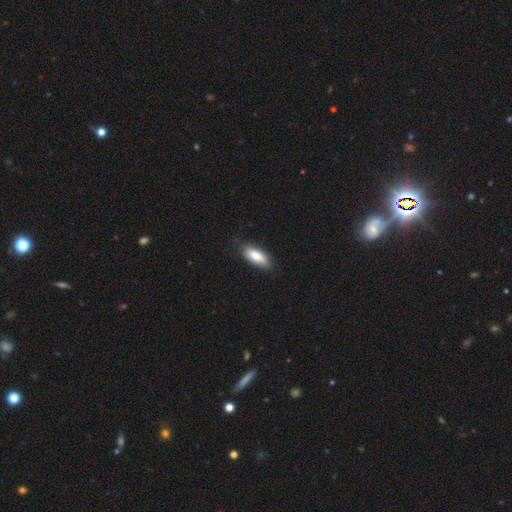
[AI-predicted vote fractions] A smooth galaxy with no disk features (81%) that is in between round and cigar-shaped (83%). Merging: none (78%).